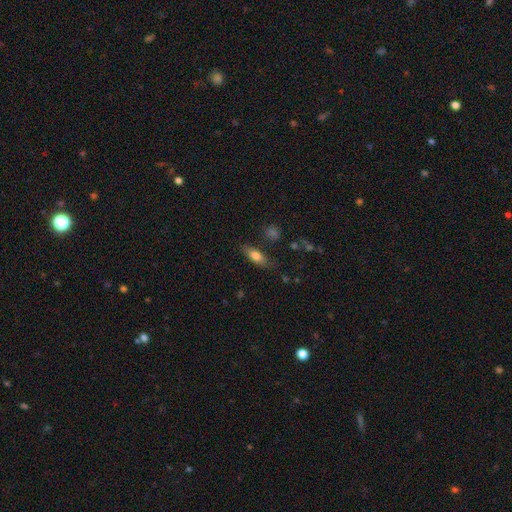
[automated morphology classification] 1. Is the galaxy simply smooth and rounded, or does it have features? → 75% smooth, 17% featured or disk, 8% star or artifact.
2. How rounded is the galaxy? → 70% in between, 27% cigar-shaped, 3% round.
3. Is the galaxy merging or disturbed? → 76% none, 16% minor disturbance, 4% major disturbance, 3% merger.